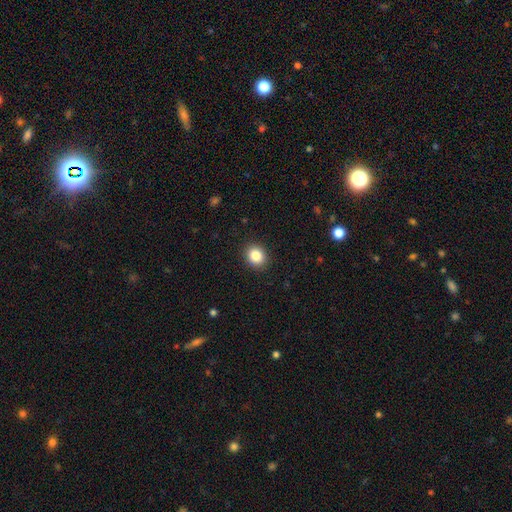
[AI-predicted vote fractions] smooth 85%, star or artifact 10%, featured or disk 5%. Down the decision tree: how rounded — round (66%); merging — none (91%).